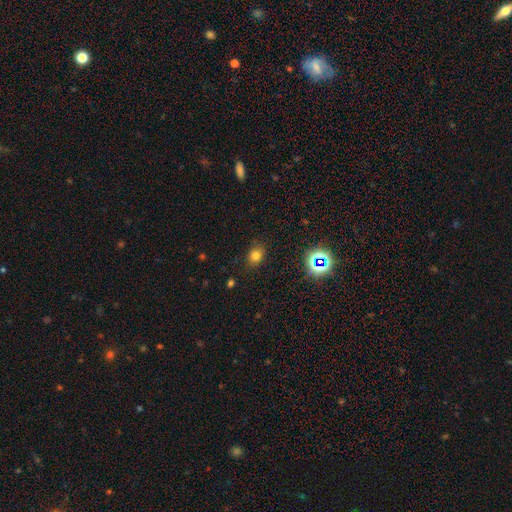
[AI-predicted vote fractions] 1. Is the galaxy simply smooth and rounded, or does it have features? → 74% smooth, 19% star or artifact, 7% featured or disk.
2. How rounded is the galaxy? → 52% round, 47% in between, 1% cigar-shaped.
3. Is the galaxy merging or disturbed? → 84% none, 12% minor disturbance, 3% major disturbance, 1% merger.